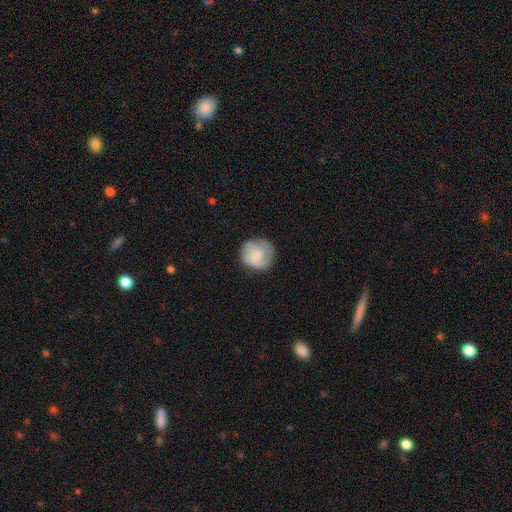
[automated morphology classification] Smooth or featured?
  - featured or disk: 50% *
  - smooth: 43%
  - star or artifact: 7%
Edge-on disk?
  - no: 98% *
  - yes: 2%
Merging?
  - none: 72% *
  - minor disturbance: 18%
  - major disturbance: 8%
  - merger: 1%